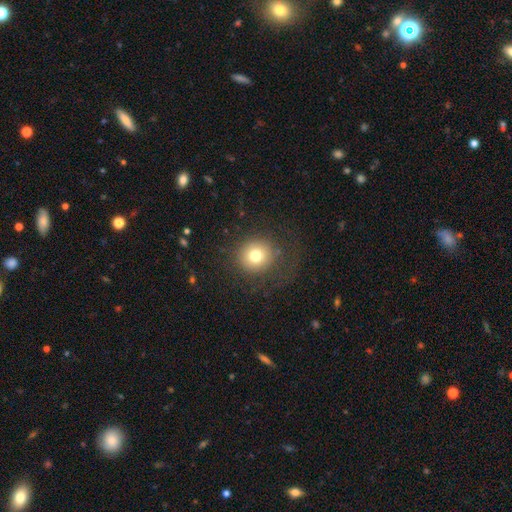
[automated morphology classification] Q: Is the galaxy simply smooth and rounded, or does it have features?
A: smooth — 75%.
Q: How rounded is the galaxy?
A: round — 90%.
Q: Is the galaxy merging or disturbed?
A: none — 80%.